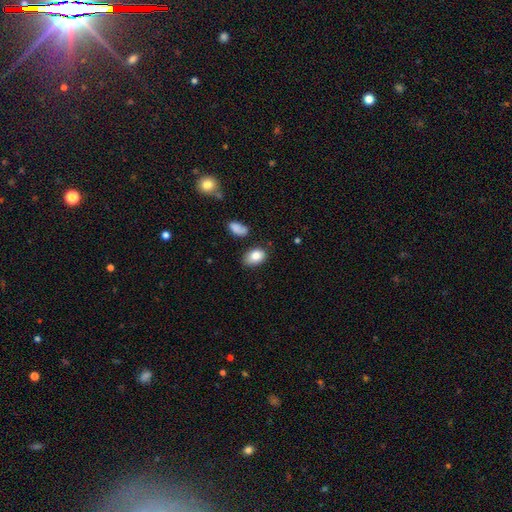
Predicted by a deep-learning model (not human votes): A smooth galaxy with no disk features (84%) that is in between round and cigar-shaped (84%).

Vote fractions:
- Smooth or featured? smooth: 84% / star or artifact: 8% / featured or disk: 8%
- How rounded? in between: 84% / round: 15% / cigar-shaped: 1%
- Merging? none: 67% / minor disturbance: 24% / major disturbance: 5% / merger: 5%